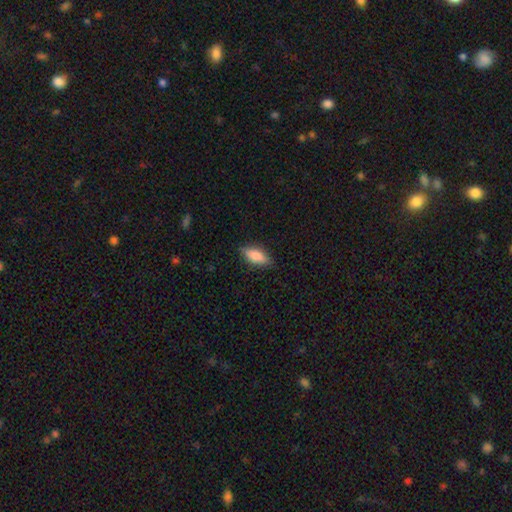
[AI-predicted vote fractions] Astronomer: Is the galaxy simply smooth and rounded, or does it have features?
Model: smooth — 84%.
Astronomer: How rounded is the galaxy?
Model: in between — 76%.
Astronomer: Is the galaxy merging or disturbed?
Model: none — 83%.